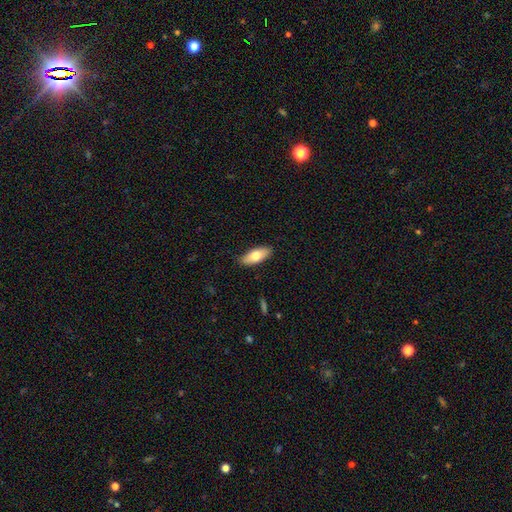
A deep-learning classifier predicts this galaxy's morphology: smooth_or_featured: smooth (p=0.73) [alt: featured or disk p=0.21]
how_rounded: in between (p=0.80) [alt: cigar-shaped p=0.18]
merging: none (p=0.88) [alt: minor disturbance p=0.10]